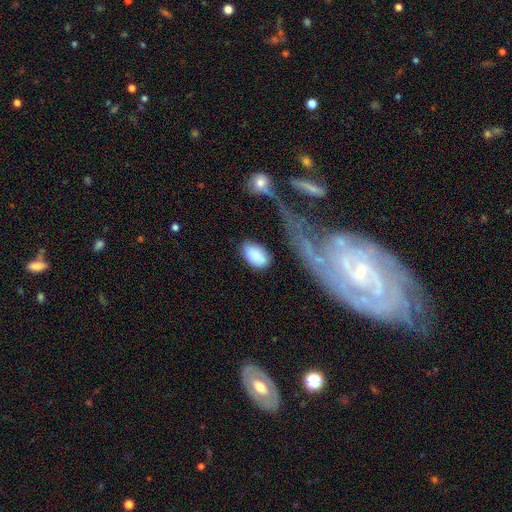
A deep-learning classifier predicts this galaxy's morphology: Smooth or featured? smooth (87%)
How rounded? in between (91%)
Merging? none (70%)